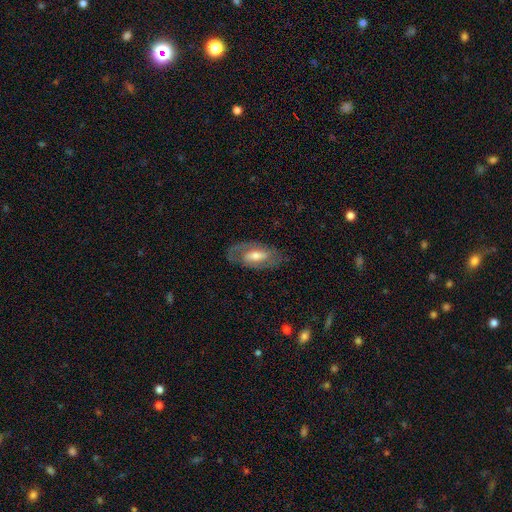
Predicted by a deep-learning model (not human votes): Smooth or featured?
  - featured or disk: 69% *
  - smooth: 25%
  - star or artifact: 6%
Edge-on disk?
  - no: 90% *
  - yes: 10%
Bar?
  - weak: 43% *
  - no: 30%
  - strong: 27%
Spiral arms?
  - yes: 76% *
  - no: 24%
Bulge size?
  - moderate: 58% *
  - small: 27%
  - large: 11%
  - none: 2%
  - dominant: 1%
Merging?
  - none: 77% *
  - minor disturbance: 15%
  - major disturbance: 7%
  - merger: 1%